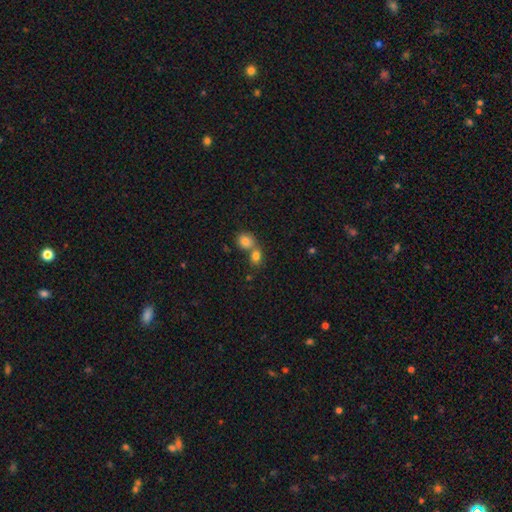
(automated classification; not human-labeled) Overall: smooth (80%). How rounded: round (55%; in between 43%). Merging: merger (57%; none 35%).